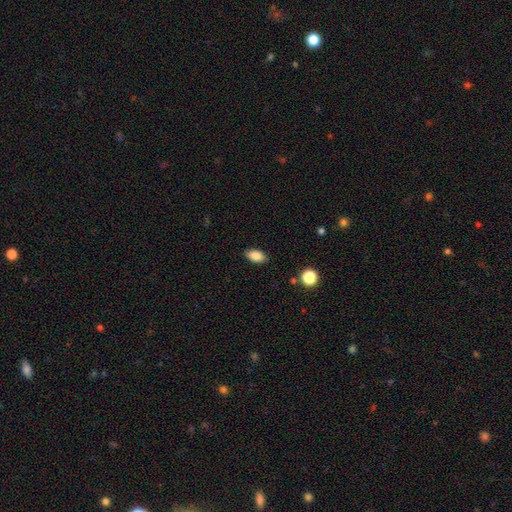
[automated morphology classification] A smooth galaxy with no disk features (86%) that is in between round and cigar-shaped (91%). Merging: none (87%).